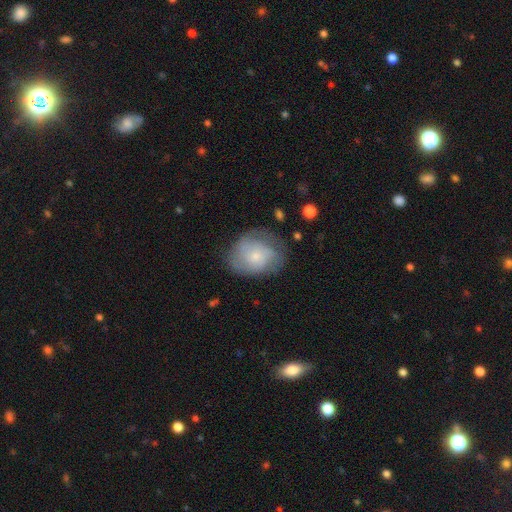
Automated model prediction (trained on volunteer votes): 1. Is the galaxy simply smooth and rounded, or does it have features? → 47% featured or disk, 45% smooth, 8% star or artifact.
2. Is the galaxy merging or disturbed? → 64% none, 24% minor disturbance, 11% major disturbance, 2% merger.